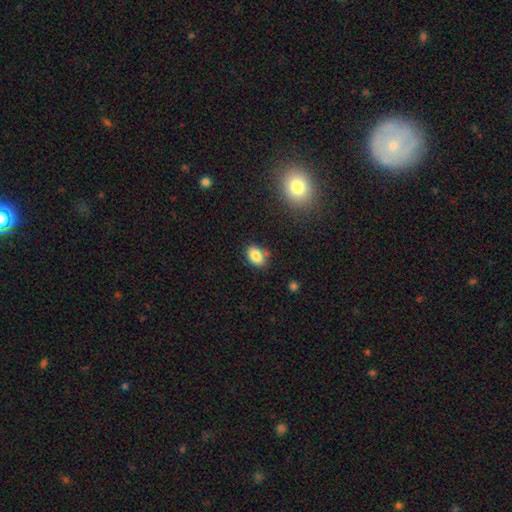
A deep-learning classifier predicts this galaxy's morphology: Smooth or featured? Predicted: smooth (p=0.84). How rounded? Predicted: in between (p=0.83). Merging? Predicted: none (p=0.76).